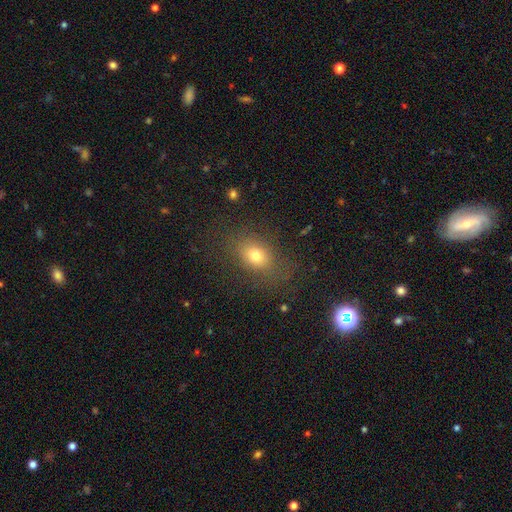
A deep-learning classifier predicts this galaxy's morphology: Smooth or featured? smooth (74%)
How rounded? in between (64%)
Merging? none (75%)